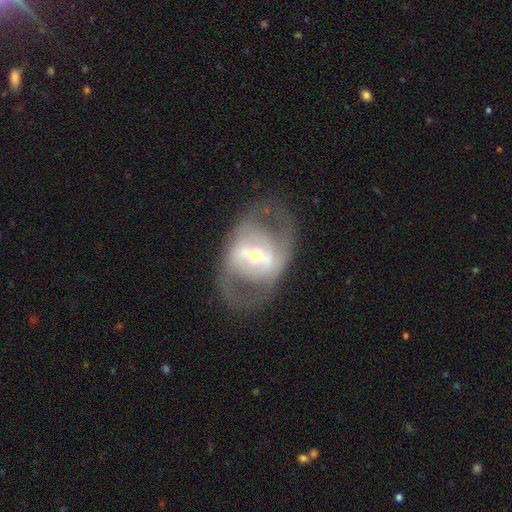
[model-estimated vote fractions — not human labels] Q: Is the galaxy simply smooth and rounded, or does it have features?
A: featured or disk — 76%.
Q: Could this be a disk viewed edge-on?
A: no — 91%.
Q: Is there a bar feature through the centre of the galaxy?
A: strong — 47%.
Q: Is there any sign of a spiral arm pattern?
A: no — 54%.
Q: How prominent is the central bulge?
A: small — 47%.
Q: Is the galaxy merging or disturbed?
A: none — 66%.